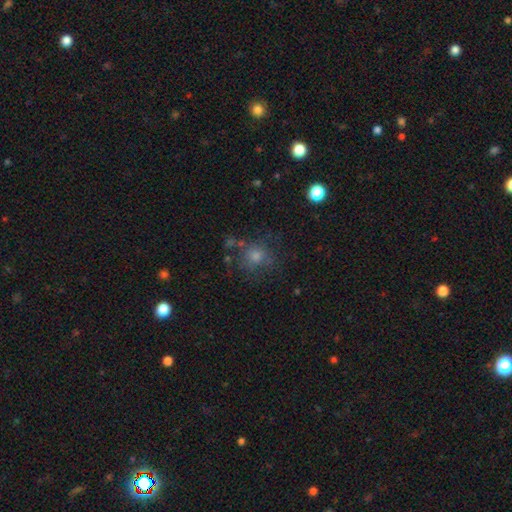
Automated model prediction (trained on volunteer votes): The model was most divided on "smooth or featured": smooth: 60%, star or artifact: 23%, featured or disk: 17%. More confident: how rounded — round (87%); merging — none (69%).